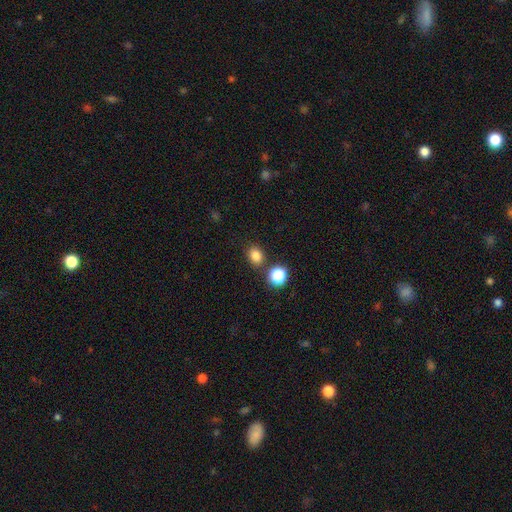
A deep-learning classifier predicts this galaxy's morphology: Q: Smooth or featured?
A: smooth (81%); runner-up: star or artifact (14%)
Q: How rounded?
A: round (55%); runner-up: in between (44%)
Q: Merging?
A: none (78%); runner-up: minor disturbance (10%)